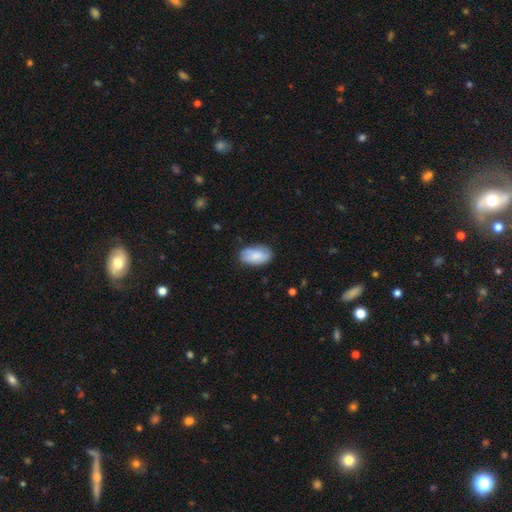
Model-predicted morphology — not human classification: smooth_or_featured: smooth (p=0.74) [alt: featured or disk p=0.20]
how_rounded: in between (p=0.94) [alt: round p=0.04]
merging: none (p=0.73) [alt: minor disturbance p=0.21]